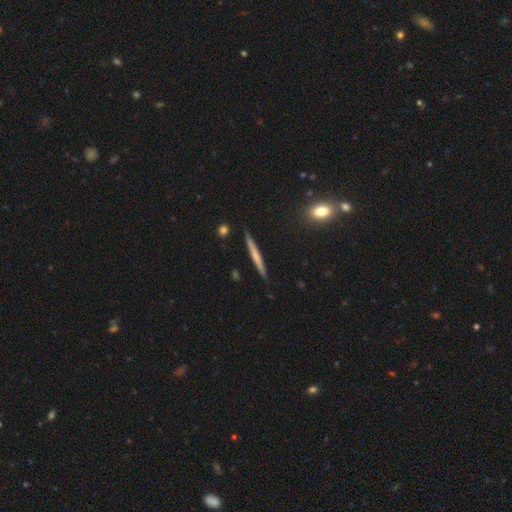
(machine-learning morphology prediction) Q: Smooth or featured?
A: smooth (48%); runner-up: featured or disk (46%)
Q: Merging?
A: none (89%); runner-up: minor disturbance (8%)